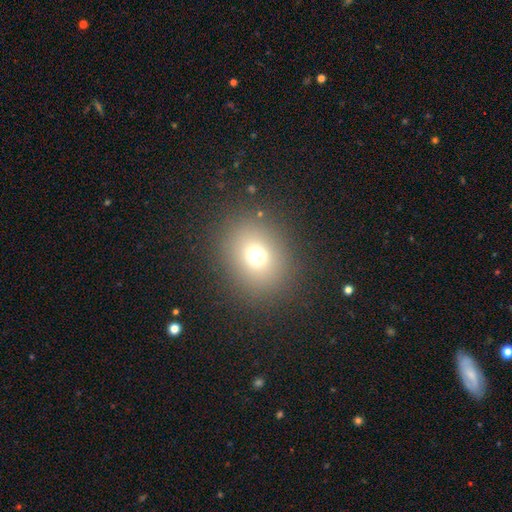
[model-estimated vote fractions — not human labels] A smooth galaxy with no disk features (69%) that is round (60%). Merging: none (84%).